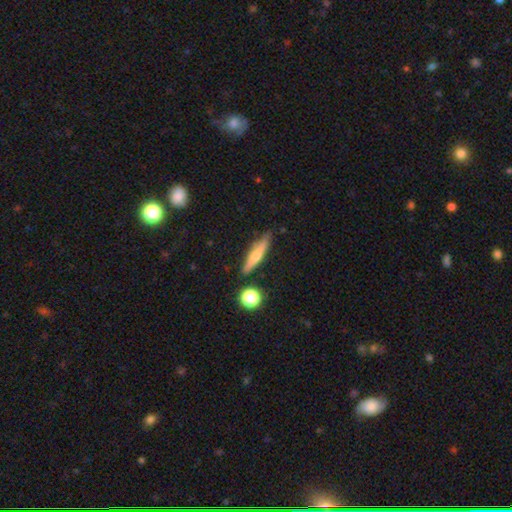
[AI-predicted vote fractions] Smooth or featured? featured or disk (49%)
Merging? none (82%)